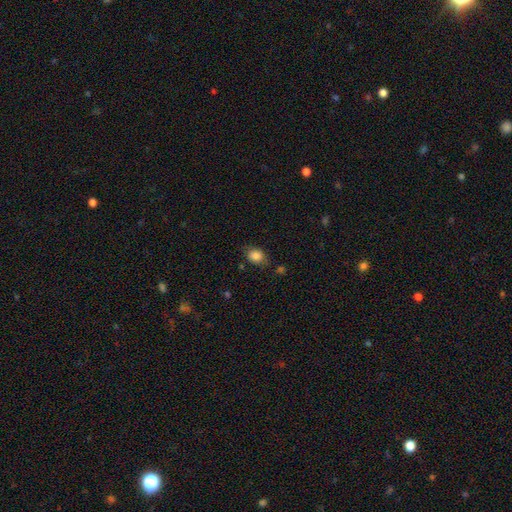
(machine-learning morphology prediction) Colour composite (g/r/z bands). It shows a smooth galaxy with no disk features (86%) that is in between round and cigar-shaped (55%). Merging: none (74%).